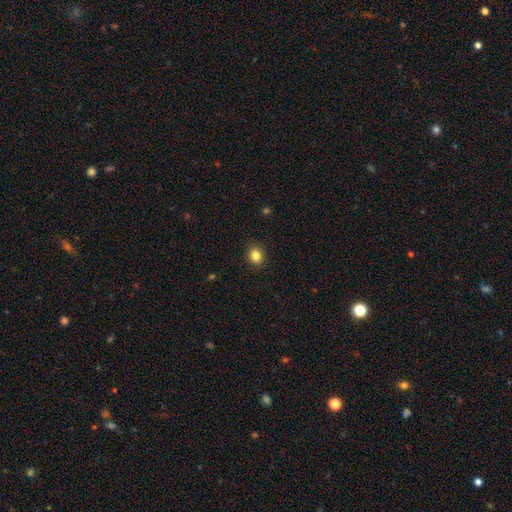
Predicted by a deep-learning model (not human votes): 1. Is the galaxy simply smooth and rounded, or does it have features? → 84% smooth, 11% star or artifact, 5% featured or disk.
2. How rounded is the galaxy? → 73% round, 27% in between, 1% cigar-shaped.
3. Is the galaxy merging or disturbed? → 91% none, 6% minor disturbance, 2% major disturbance, 1% merger.